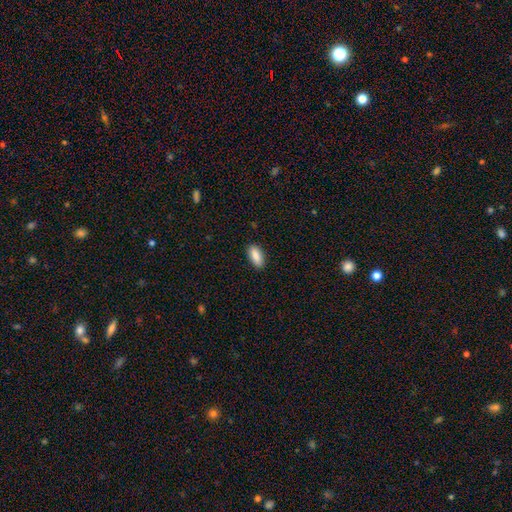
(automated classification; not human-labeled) Q: Smooth or featured?
A: smooth (88%); runner-up: star or artifact (7%)
Q: How rounded?
A: in between (85%); runner-up: cigar-shaped (13%)
Q: Merging?
A: none (88%); runner-up: minor disturbance (9%)